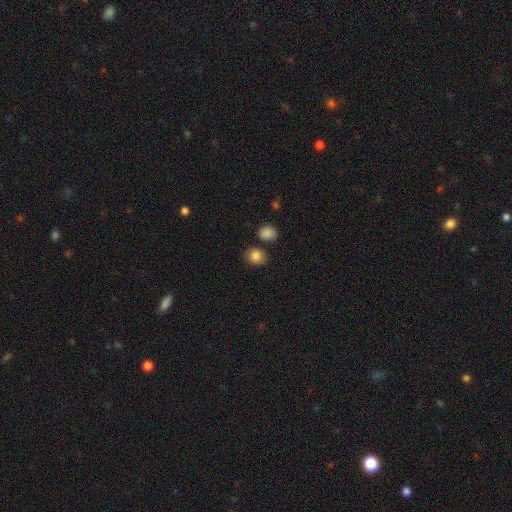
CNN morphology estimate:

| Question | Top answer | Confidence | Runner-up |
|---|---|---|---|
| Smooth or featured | smooth | 85% | star or artifact (10%) |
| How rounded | round | 68% | in between (31%) |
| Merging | none | 75% | minor disturbance (13%) |